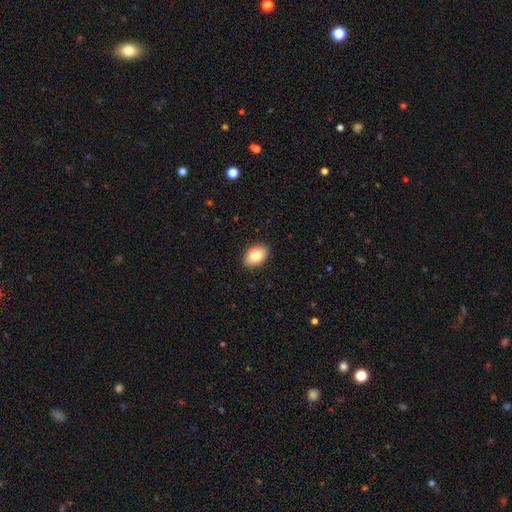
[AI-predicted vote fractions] Morphology: type=smooth (82%); roundness=in between (86%); merging=none (90%).